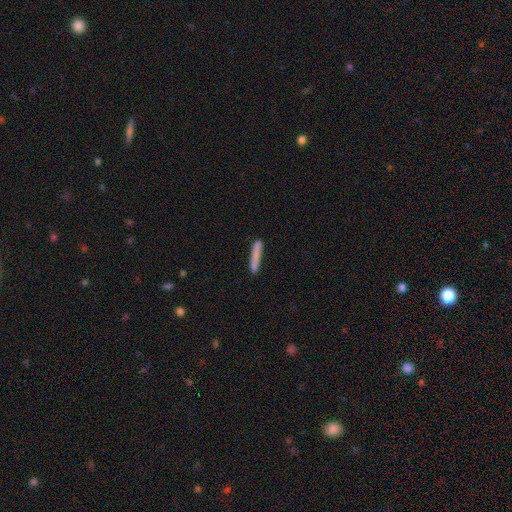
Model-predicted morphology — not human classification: Overall: smooth (80%). How rounded: cigar-shaped (95%). Merging: none (85%).